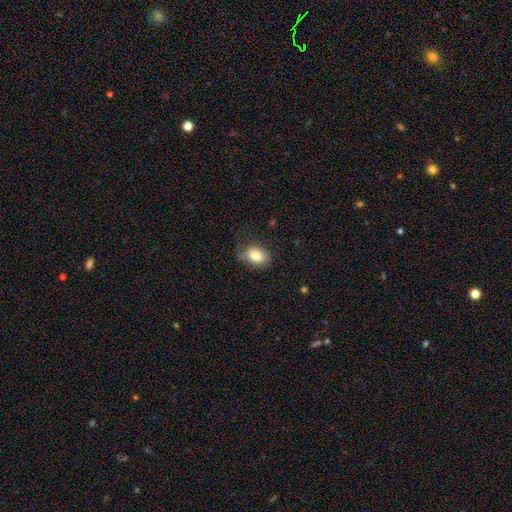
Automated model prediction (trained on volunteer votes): The model was most divided on "merging": none: 68%, minor disturbance: 24%, major disturbance: 7%, merger: 1%. More confident: smooth or featured — smooth (81%); how rounded — in between (77%).